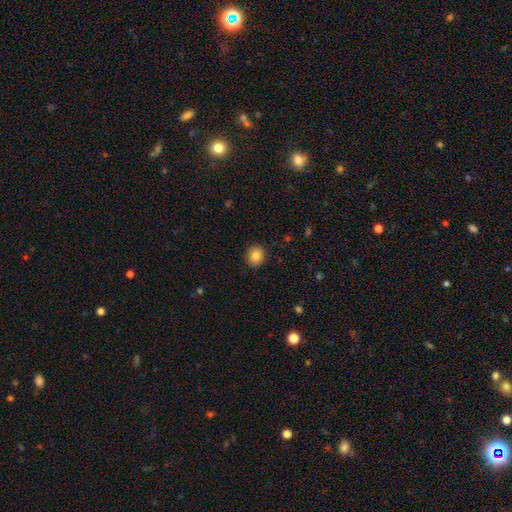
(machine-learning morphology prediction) Smooth or featured? smooth (84%)
How rounded? round (80%)
Merging? none (91%)